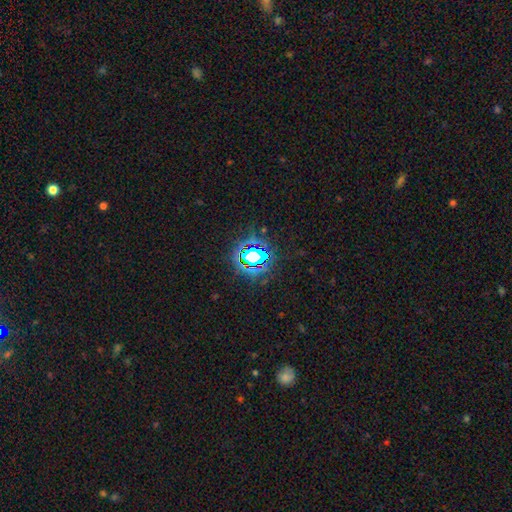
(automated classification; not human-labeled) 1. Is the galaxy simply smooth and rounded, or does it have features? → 73% star or artifact, 16% smooth, 11% featured or disk.